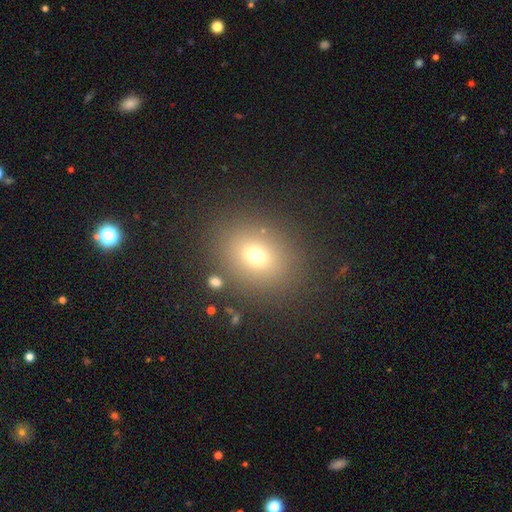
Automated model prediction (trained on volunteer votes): smooth 70%, star or artifact 18%, featured or disk 12%. Down the decision tree: how rounded — round (55%); merging — none (84%).